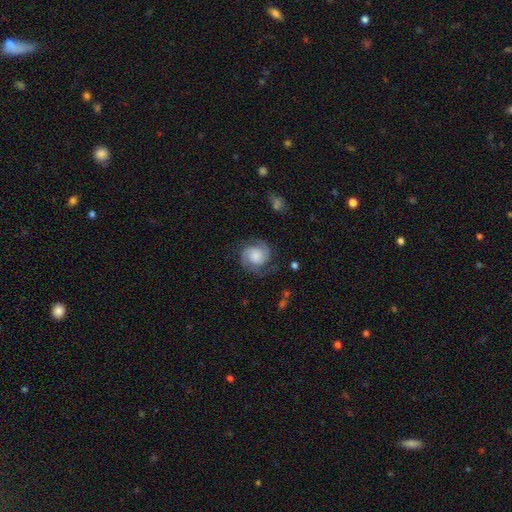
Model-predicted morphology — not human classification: Overall: featured or disk (75%). Edge-on disk: no (98%). Bar: no (69%). Spiral arms: yes (96%). Spiral arm count: 2 (87%). Spiral winding: medium (45%; tight 41%). Bulge size: large (27%; moderate 26%). Merging: none (75%).